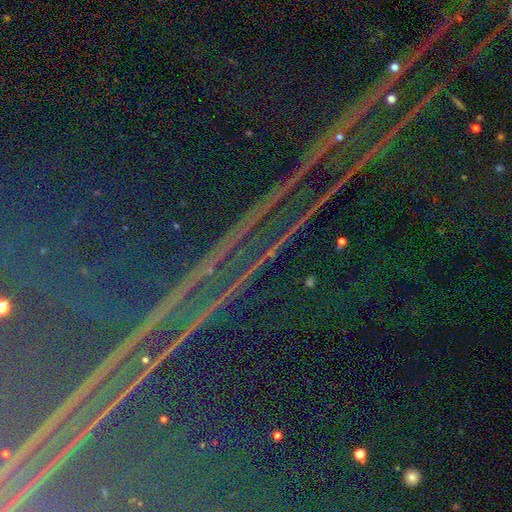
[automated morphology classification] Q: Smooth or featured?
A: star or artifact (92%); runner-up: featured or disk (5%)